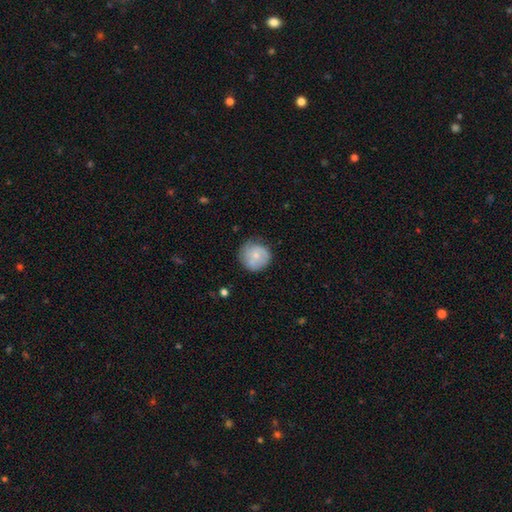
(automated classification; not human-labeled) Smooth or featured?
  - smooth: 62% *
  - featured or disk: 31%
  - star or artifact: 7%
How rounded?
  - round: 91% *
  - in between: 8%
  - cigar-shaped: 1%
Merging?
  - none: 66% *
  - minor disturbance: 24%
  - major disturbance: 7%
  - merger: 3%